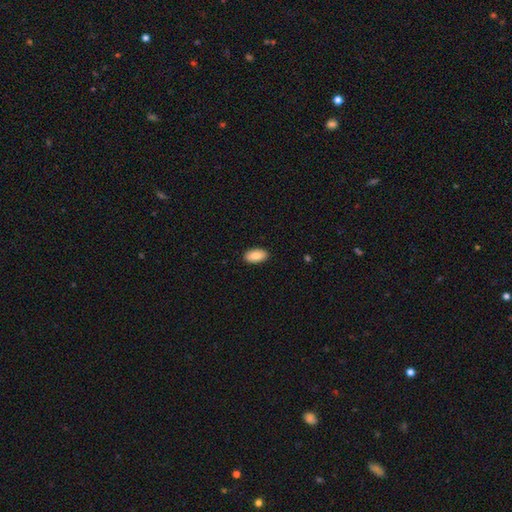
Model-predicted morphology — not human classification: Q: Smooth or featured?
A: smooth (86%); runner-up: featured or disk (7%)
Q: How rounded?
A: in between (95%); runner-up: round (3%)
Q: Merging?
A: none (90%); runner-up: minor disturbance (8%)